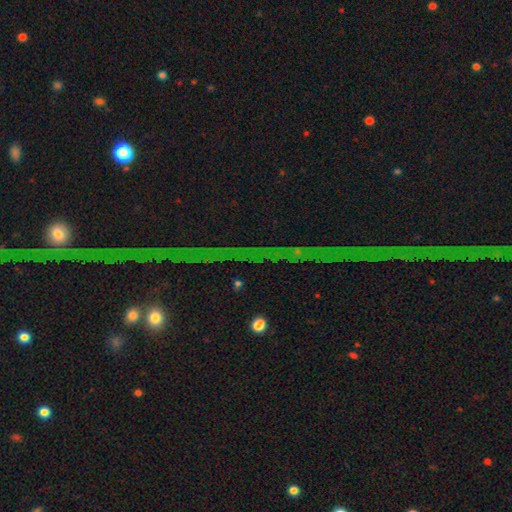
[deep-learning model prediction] Overall: star or artifact (68%).